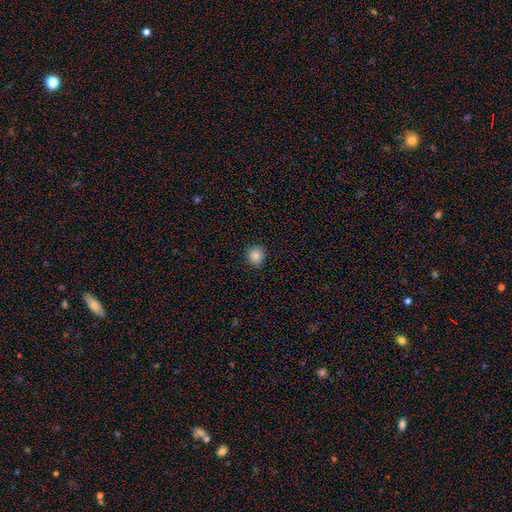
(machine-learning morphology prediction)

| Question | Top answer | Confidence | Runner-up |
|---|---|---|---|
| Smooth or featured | smooth | 85% | star or artifact (11%) |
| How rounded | round | 90% | in between (9%) |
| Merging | none | 90% | minor disturbance (7%) |